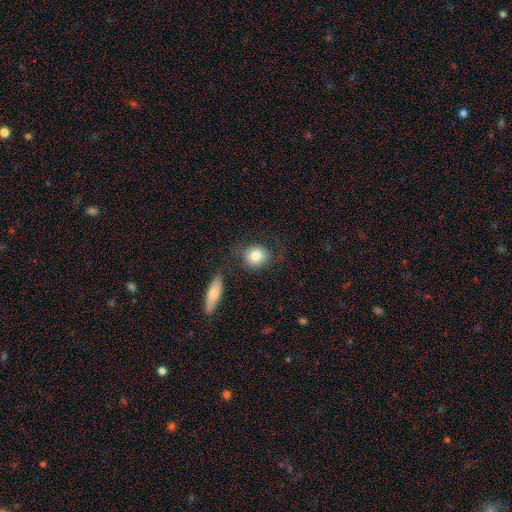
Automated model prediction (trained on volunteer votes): Morphology: type=smooth (82%); roundness=round (76%); merging=none (73%).